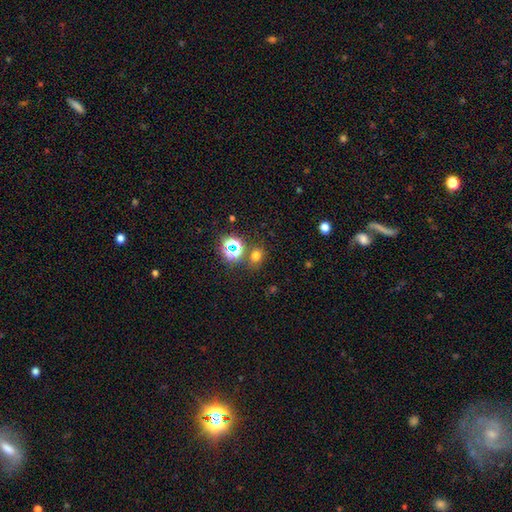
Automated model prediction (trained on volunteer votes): A smooth galaxy with no disk features (62%) that is round (63%).

Vote fractions:
- Smooth or featured? smooth: 62% / star or artifact: 30% / featured or disk: 7%
- How rounded? round: 63% / in between: 36% / cigar-shaped: 1%
- Merging? none: 75% / minor disturbance: 11% / merger: 10% / major disturbance: 4%